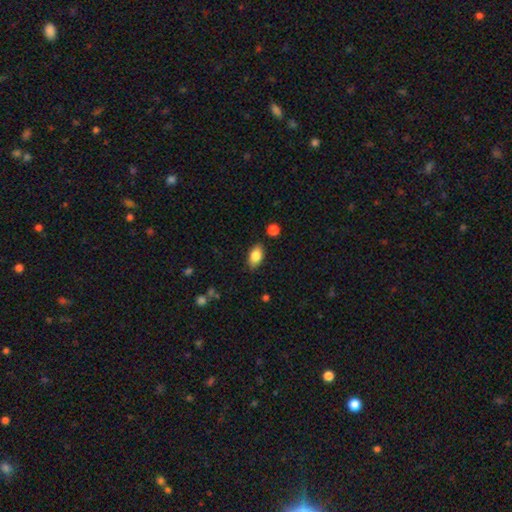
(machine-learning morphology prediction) A smooth galaxy with no disk features (82%) that is in between round and cigar-shaped (90%).

Vote fractions:
- Smooth or featured? smooth: 82% / featured or disk: 10% / star or artifact: 7%
- How rounded? in between: 90% / round: 7% / cigar-shaped: 4%
- Merging? none: 84% / minor disturbance: 11% / major disturbance: 2% / merger: 2%